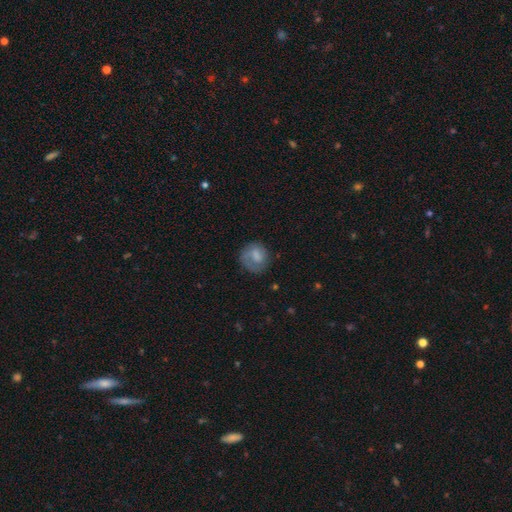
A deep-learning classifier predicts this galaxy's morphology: Smooth or featured? Predicted: smooth (p=0.63). How rounded? Predicted: round (p=0.77). Merging? Predicted: none (p=0.62).